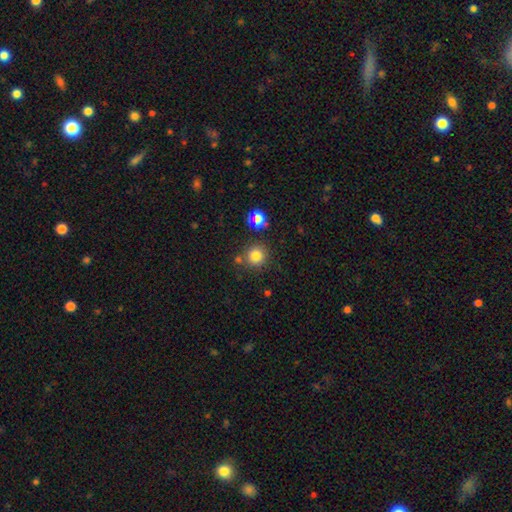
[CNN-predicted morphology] This is likely a smooth galaxy (80%). How rounded: clearly round (91%). Merging: likely none (78%).